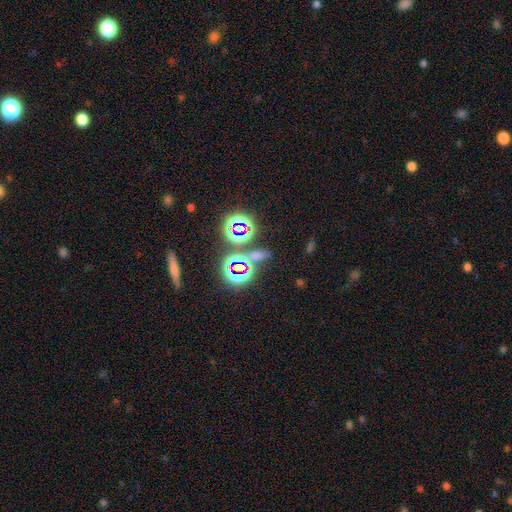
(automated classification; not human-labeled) This is possibly a star or artifact rather than a galaxy (56%).